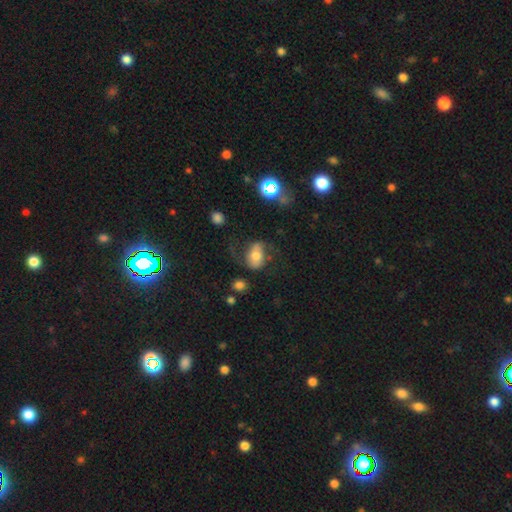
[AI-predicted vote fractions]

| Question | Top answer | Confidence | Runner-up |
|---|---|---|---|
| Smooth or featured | featured or disk | 49% | smooth (41%) |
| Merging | none | 55% | major disturbance (21%) |